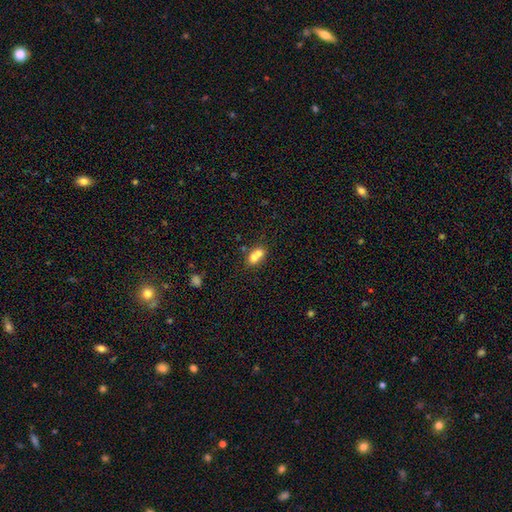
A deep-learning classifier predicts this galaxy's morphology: The model was most divided on "how rounded": round: 56%, in between: 43%, cigar-shaped: 1%. More confident: merging — merger (69%); smooth or featured — smooth (69%).